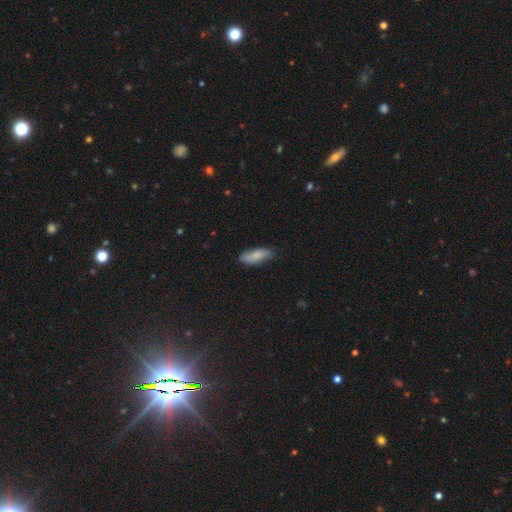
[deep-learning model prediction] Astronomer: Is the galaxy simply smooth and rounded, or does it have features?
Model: smooth — 81%.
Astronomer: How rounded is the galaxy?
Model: in between — 69%.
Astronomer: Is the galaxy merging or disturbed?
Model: none — 77%.